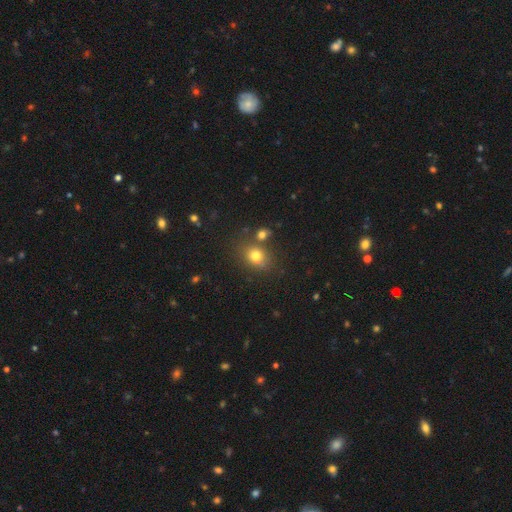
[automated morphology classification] This appears to be a smooth galaxy with no disk features (75%) that is round (58%). Merging: none (67%).